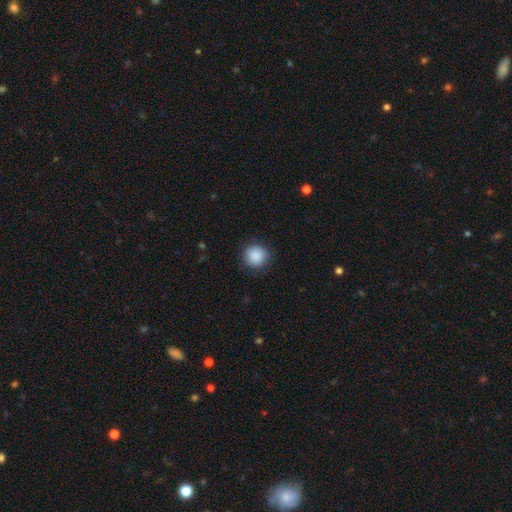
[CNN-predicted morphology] A smooth galaxy with no disk features (89%) that is round (93%). Merging: none (89%).